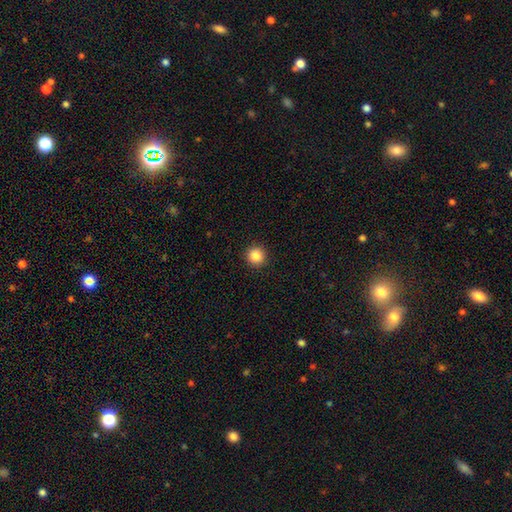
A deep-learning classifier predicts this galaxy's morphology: smooth_or_featured: smooth (p=0.87) [alt: star or artifact p=0.10]
how_rounded: round (p=0.95) [alt: in between p=0.04]
merging: none (p=0.93) [alt: minor disturbance p=0.04]